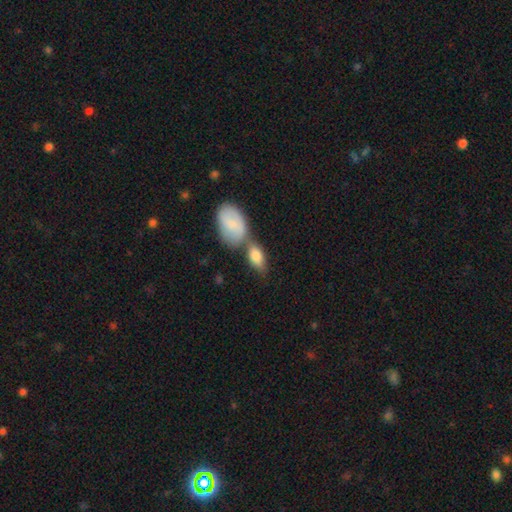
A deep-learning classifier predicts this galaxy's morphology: This appears to be a smooth galaxy with no disk features (77%) that is in between round and cigar-shaped (87%). Merging: merger (44%).